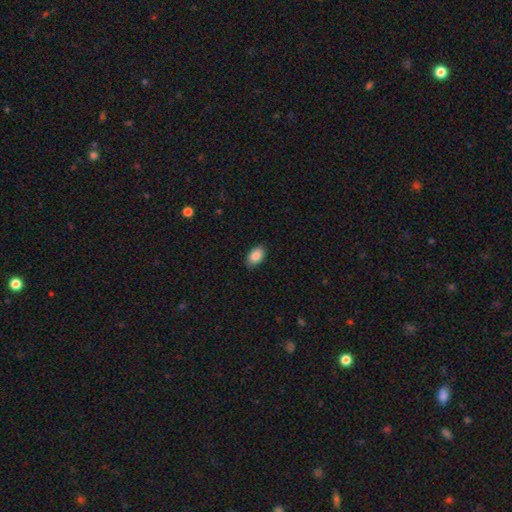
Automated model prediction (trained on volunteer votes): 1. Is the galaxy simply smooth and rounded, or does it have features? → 88% smooth, 7% star or artifact, 5% featured or disk.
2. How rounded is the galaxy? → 92% in between, 7% round, 1% cigar-shaped.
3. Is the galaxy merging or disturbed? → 87% none, 10% minor disturbance, 2% major disturbance, 1% merger.